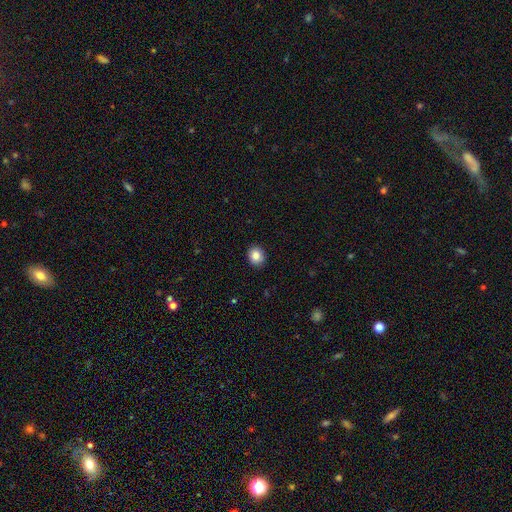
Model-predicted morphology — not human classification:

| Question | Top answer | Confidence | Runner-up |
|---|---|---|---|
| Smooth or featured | smooth | 85% | star or artifact (9%) |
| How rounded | round | 72% | in between (27%) |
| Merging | none | 91% | minor disturbance (6%) |